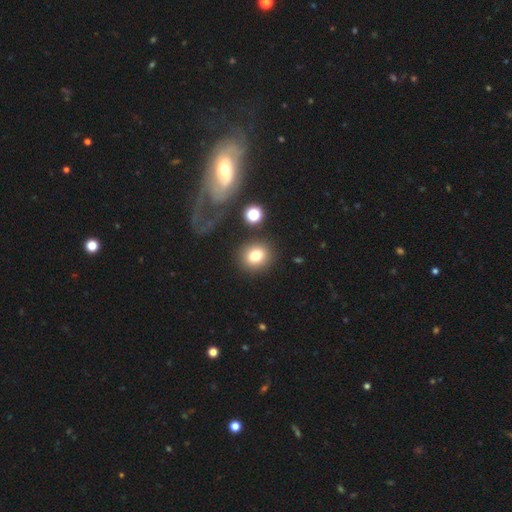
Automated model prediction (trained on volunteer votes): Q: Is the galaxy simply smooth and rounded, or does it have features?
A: smooth — 78%.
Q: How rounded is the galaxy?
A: round — 72%.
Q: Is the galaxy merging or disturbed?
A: none — 82%.